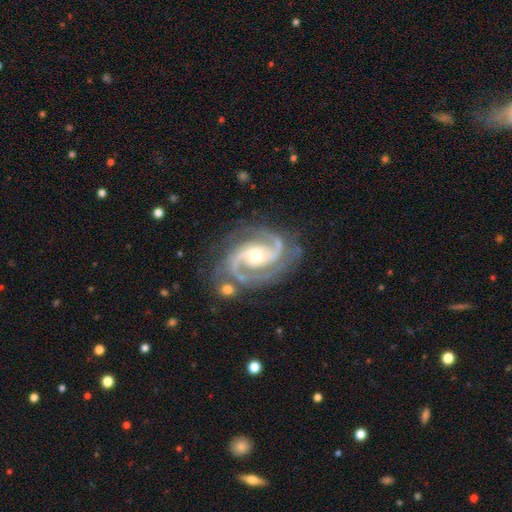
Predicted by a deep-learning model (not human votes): A featured or disk galaxy (94%) with no bar (43%), 2 (84%) medium (57%) spiral arms (99%) and a moderate central bulge (57%). Merging: none (74%).